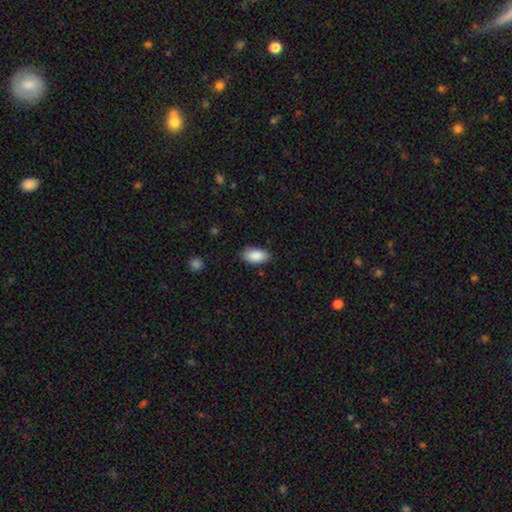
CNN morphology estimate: Smooth or featured? Predicted: smooth (p=0.89). How rounded? Predicted: in between (p=0.94). Merging? Predicted: none (p=0.84).